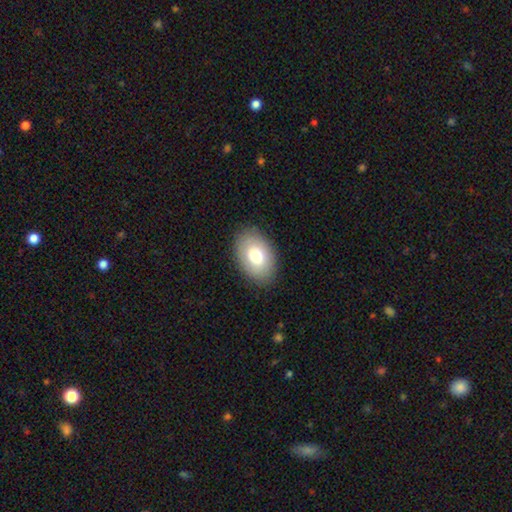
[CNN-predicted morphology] The model was most divided on "smooth or featured": smooth: 76%, featured or disk: 16%, star or artifact: 8%. More confident: merging — none (87%); how rounded — in between (85%).